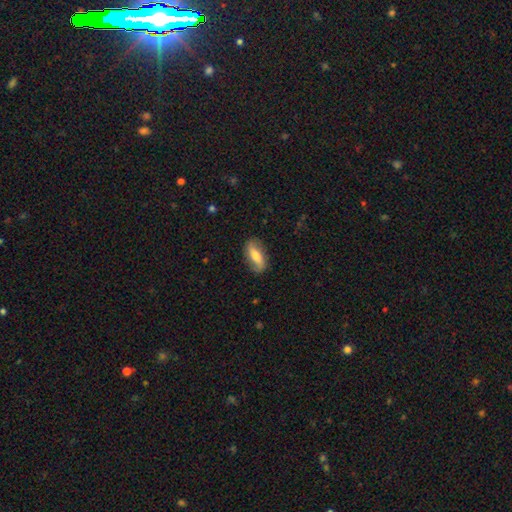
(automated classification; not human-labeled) Smooth or featured? Predicted: smooth (p=0.49). Merging? Predicted: none (p=0.82).